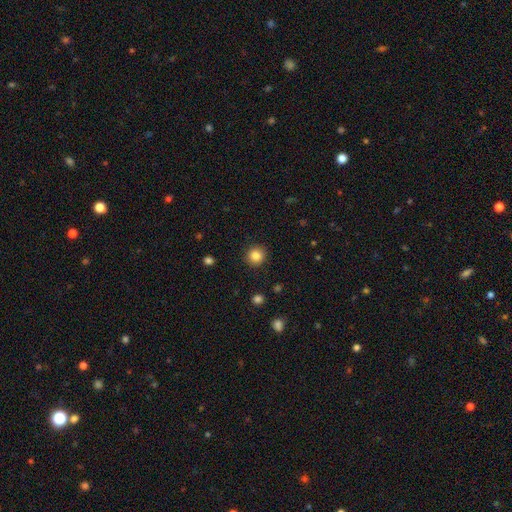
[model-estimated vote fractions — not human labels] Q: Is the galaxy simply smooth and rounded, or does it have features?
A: smooth — 84%.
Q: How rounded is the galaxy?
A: round — 93%.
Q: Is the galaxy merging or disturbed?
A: none — 91%.